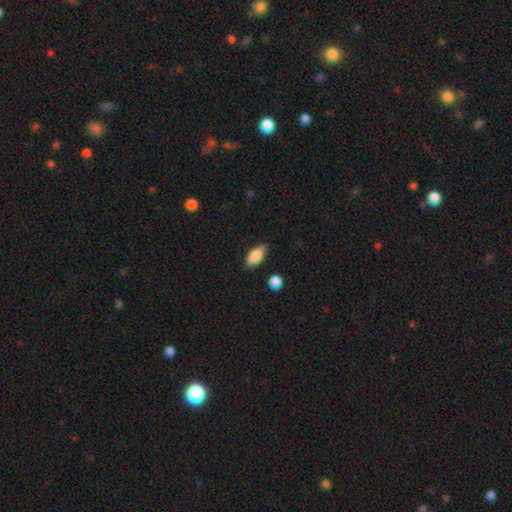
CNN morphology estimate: Q: Smooth or featured?
A: smooth (82%); runner-up: featured or disk (11%)
Q: How rounded?
A: in between (84%); runner-up: cigar-shaped (12%)
Q: Merging?
A: none (77%); runner-up: minor disturbance (17%)